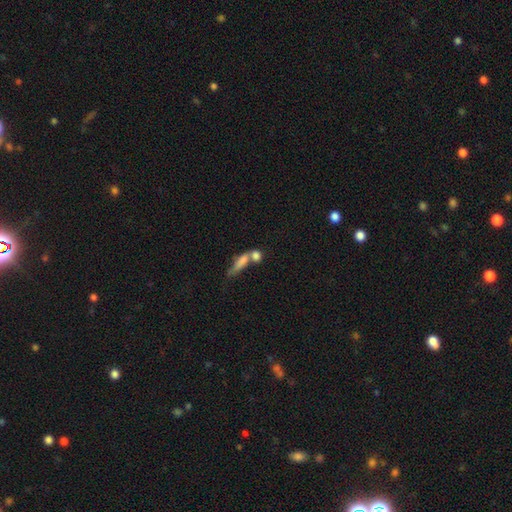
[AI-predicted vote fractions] Overall: smooth (74%). How rounded: in between (49%; round 27%). Merging: merger (56%; none 25%).